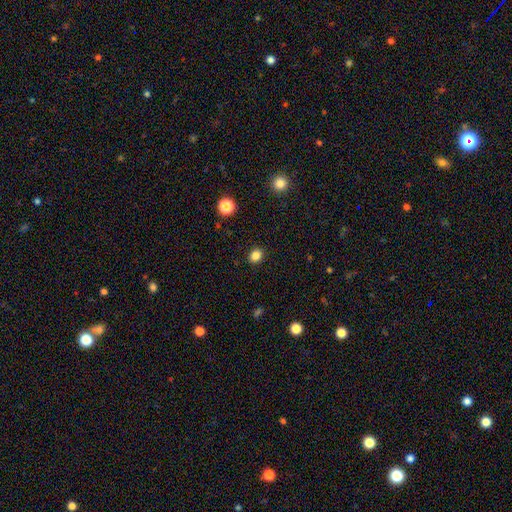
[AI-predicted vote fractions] Smooth or featured? Predicted: smooth (p=0.84). How rounded? Predicted: round (p=0.54). Merging? Predicted: none (p=0.90).